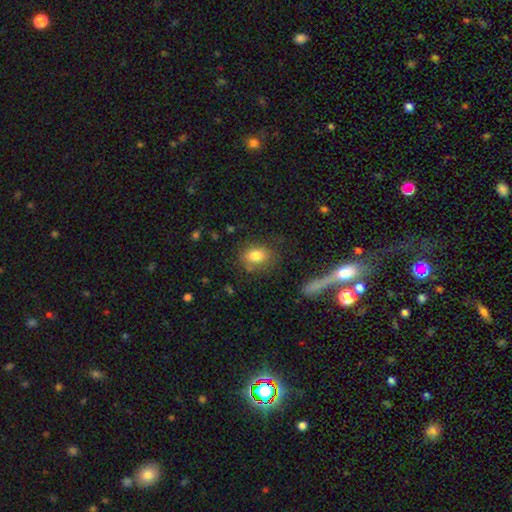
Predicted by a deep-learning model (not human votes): smooth-or-featured: smooth: 81% | featured or disk: 10% | star or artifact: 10%
  how-rounded: in between: 65% | round: 33% | cigar-shaped: 2%
  merging: none: 72% | minor disturbance: 17% | major disturbance: 7% | merger: 5%